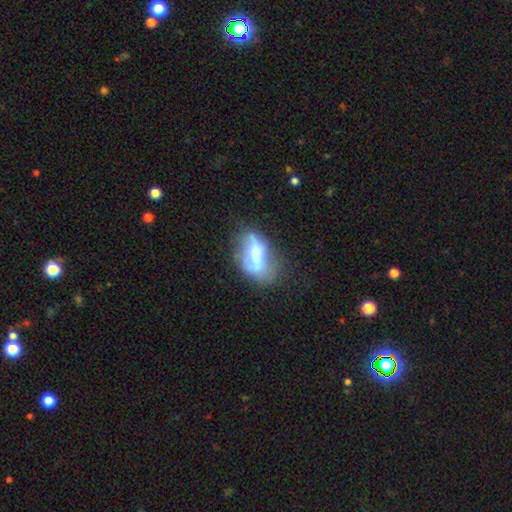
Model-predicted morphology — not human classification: Smooth or featured? Predicted: smooth (p=0.48). Merging? Predicted: none (p=0.40).